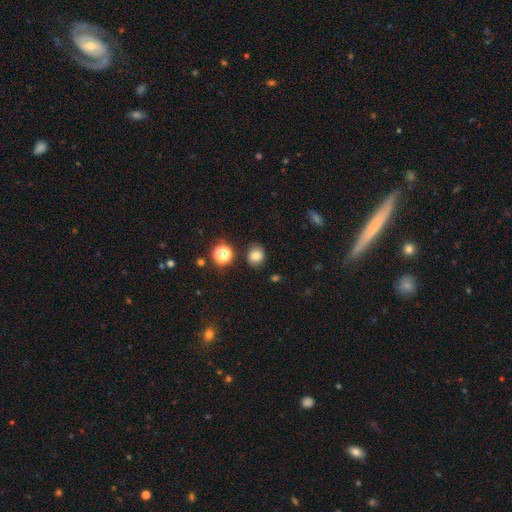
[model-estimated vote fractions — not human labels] Q: Smooth or featured?
A: smooth (77%); runner-up: star or artifact (16%)
Q: How rounded?
A: round (73%); runner-up: in between (26%)
Q: Merging?
A: none (84%); runner-up: minor disturbance (10%)